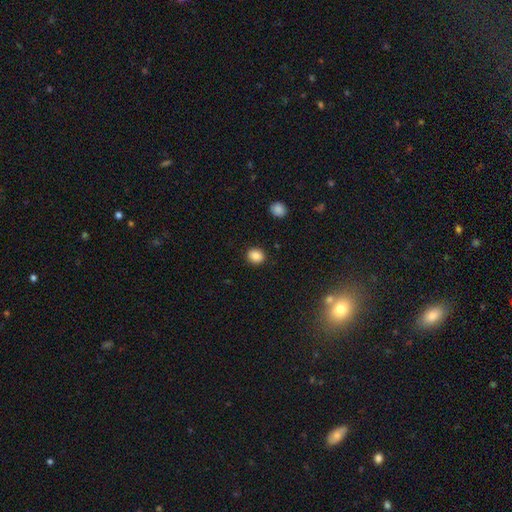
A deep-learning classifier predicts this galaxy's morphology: Smooth or featured? smooth (85%)
How rounded? round (78%)
Merging? none (90%)